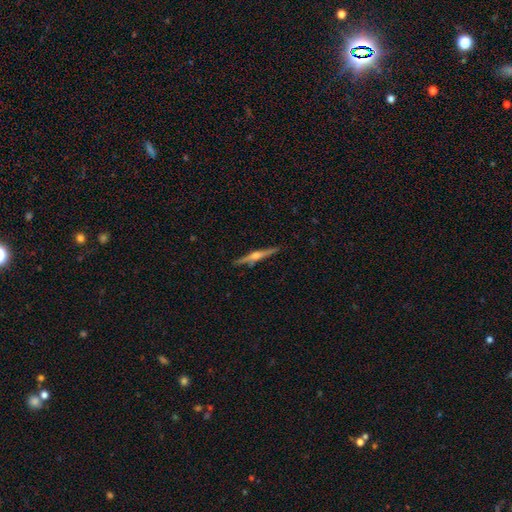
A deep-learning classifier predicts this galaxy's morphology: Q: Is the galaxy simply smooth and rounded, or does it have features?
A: featured or disk — 77%.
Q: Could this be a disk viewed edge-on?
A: yes — 98%.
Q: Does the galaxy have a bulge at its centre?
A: rounded — 89%.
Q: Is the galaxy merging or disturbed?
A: none — 89%.